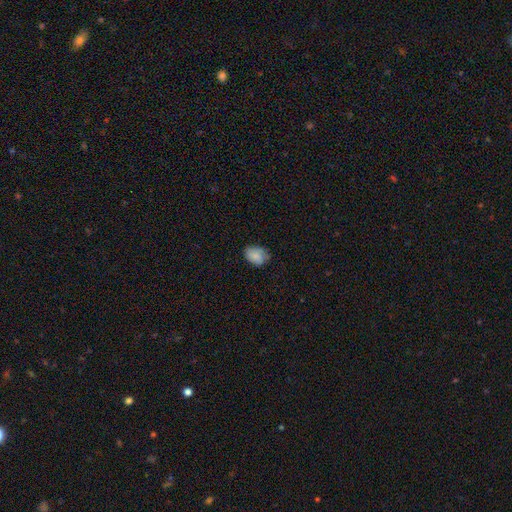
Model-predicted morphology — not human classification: The model was most divided on "merging": none: 65%, minor disturbance: 28%, major disturbance: 6%, merger: 1%. More confident: smooth or featured — smooth (82%); how rounded — in between (78%).